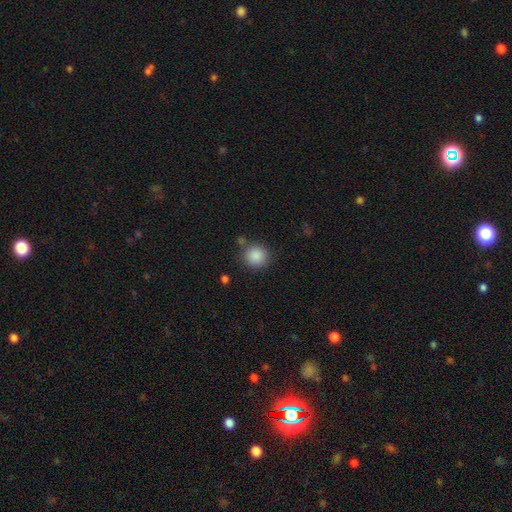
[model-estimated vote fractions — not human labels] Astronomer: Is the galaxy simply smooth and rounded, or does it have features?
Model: smooth — 88%.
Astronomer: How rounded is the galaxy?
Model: round — 91%.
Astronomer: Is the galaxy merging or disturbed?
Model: none — 81%.